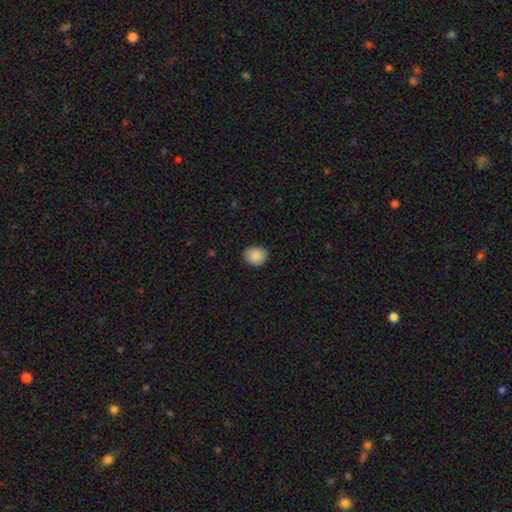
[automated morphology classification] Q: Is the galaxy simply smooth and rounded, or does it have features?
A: smooth — 89%.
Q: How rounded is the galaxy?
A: round — 68%.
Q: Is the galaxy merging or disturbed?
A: none — 86%.